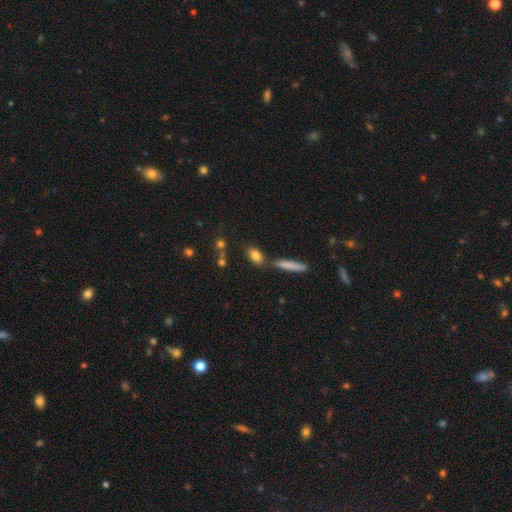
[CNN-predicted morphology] A smooth galaxy with no disk features (80%) that is in between round and cigar-shaped (69%).

Vote fractions:
- Smooth or featured? smooth: 80% / featured or disk: 12% / star or artifact: 8%
- How rounded? in between: 69% / cigar-shaped: 21% / round: 10%
- Merging? none: 68% / merger: 16% / minor disturbance: 12% / major disturbance: 4%